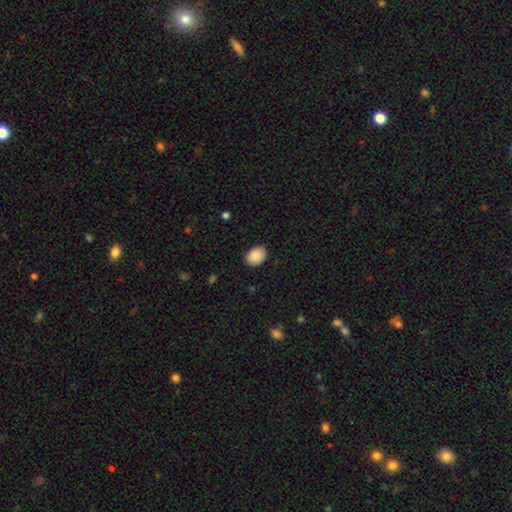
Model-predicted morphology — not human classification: Smooth or featured?
  - smooth: 89% *
  - star or artifact: 7%
  - featured or disk: 4%
How rounded?
  - in between: 71% *
  - round: 28%
  - cigar-shaped: 1%
Merging?
  - none: 86% *
  - minor disturbance: 10%
  - major disturbance: 2%
  - merger: 1%